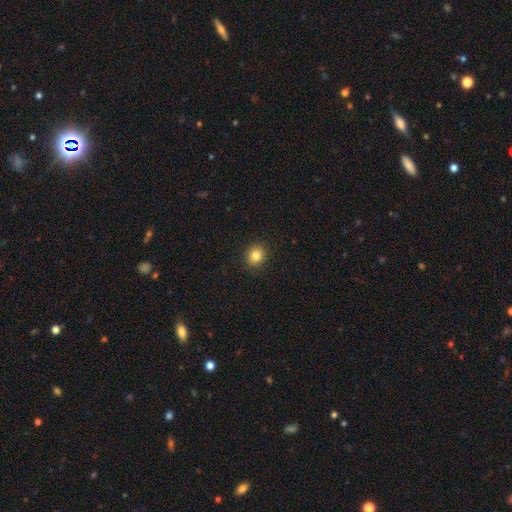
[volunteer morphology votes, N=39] Volunteers were most divided on "smooth or featured": smooth: 82%, star or artifact: 10%, featured or disk: 8%. More confident: merging — none (97%); how rounded — round (88%).